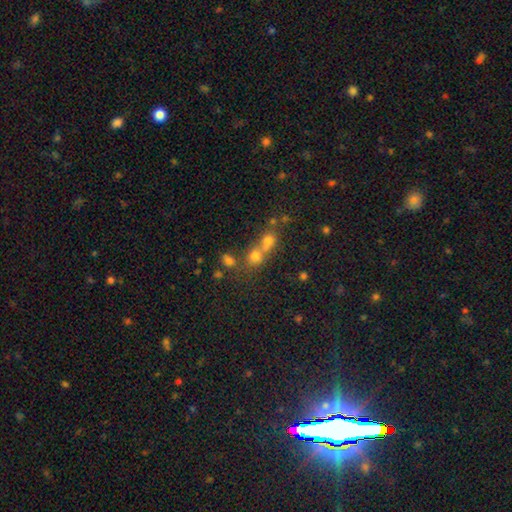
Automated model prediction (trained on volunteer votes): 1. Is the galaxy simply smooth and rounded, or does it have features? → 61% smooth, 23% star or artifact, 17% featured or disk.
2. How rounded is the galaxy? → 78% round, 19% in between, 2% cigar-shaped.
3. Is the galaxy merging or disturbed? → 59% merger, 32% none, 5% minor disturbance, 3% major disturbance.